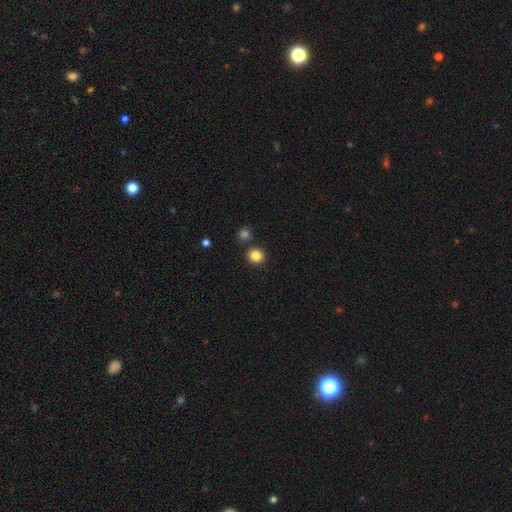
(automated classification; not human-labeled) smooth 85%, star or artifact 11%, featured or disk 4%. Down the decision tree: how rounded — round (89%); merging — none (83%).